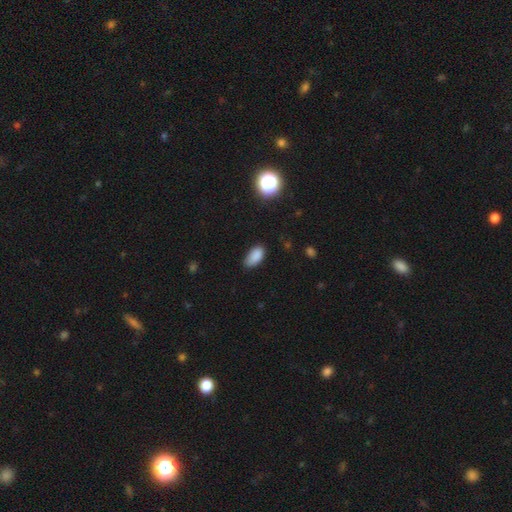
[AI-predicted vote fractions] smooth_or_featured: smooth (p=0.85) [alt: star or artifact p=0.10]
how_rounded: in between (p=0.92) [alt: cigar-shaped p=0.04]
merging: none (p=0.70) [alt: minor disturbance p=0.24]